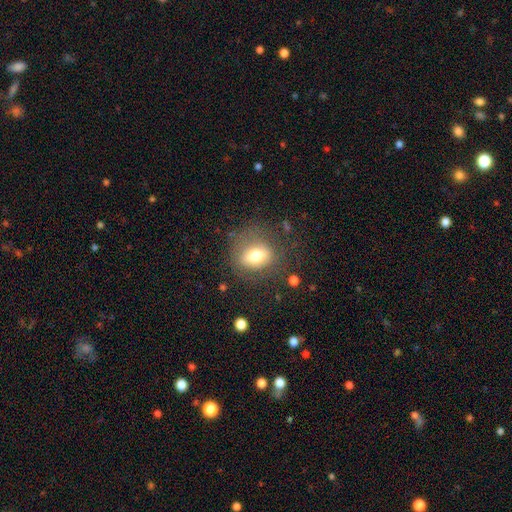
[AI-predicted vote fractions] Smooth or featured? smooth (68%)
How rounded? in between (51%)
Merging? none (69%)